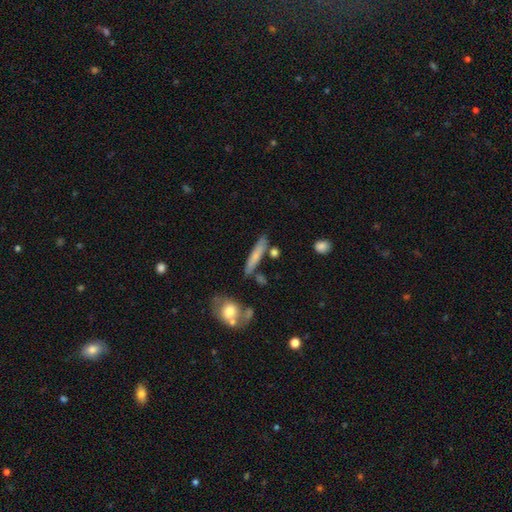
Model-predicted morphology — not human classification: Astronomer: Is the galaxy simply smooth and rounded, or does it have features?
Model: smooth — 65%.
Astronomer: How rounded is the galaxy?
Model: cigar-shaped — 88%.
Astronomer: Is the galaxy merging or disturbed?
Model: none — 77%.